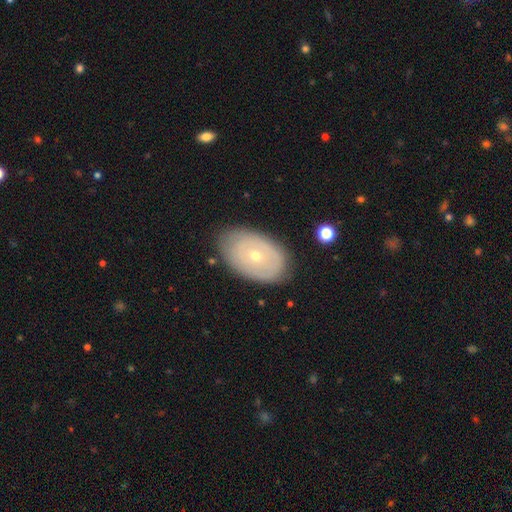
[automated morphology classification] A featured or disk galaxy (53%). Merging: none (79%).